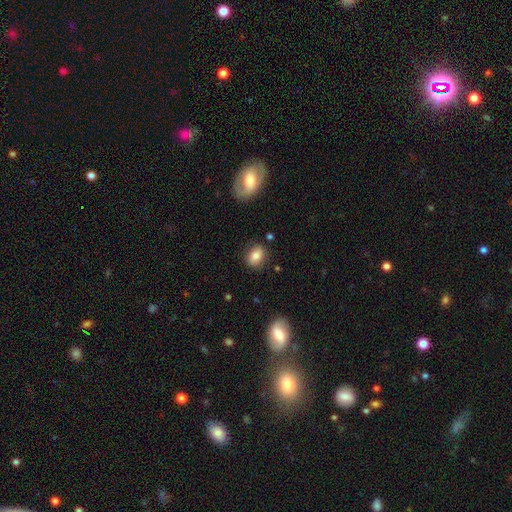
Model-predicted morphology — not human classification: smooth_or_featured: smooth (p=0.82) [alt: featured or disk p=0.09]
how_rounded: in between (p=0.60) [alt: round p=0.39]
merging: none (p=0.83) [alt: minor disturbance p=0.12]